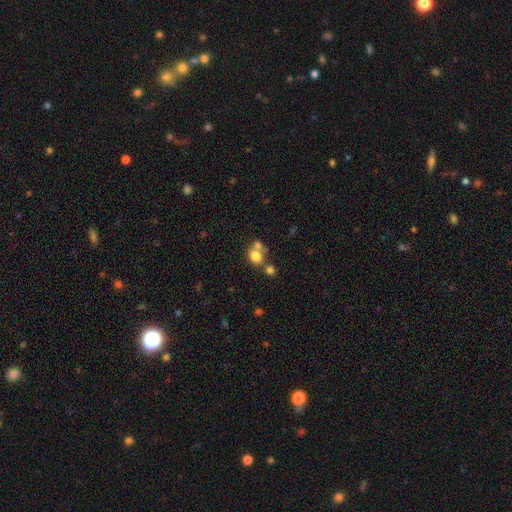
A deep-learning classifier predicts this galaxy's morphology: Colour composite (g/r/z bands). It shows a smooth galaxy with no disk features (77%) that is round (63%). Merging: none (46%).